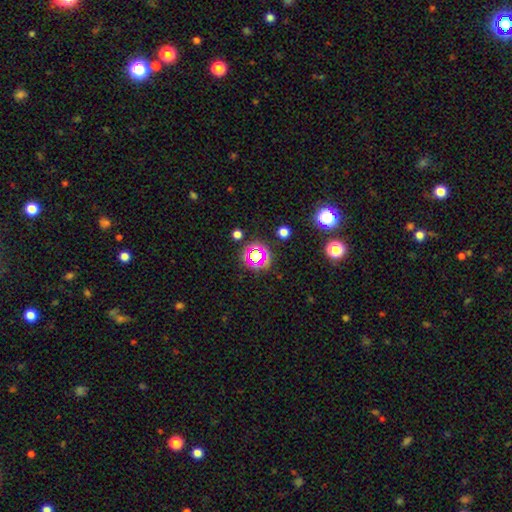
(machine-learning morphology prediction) Q: Smooth or featured?
A: star or artifact (58%); runner-up: smooth (30%)